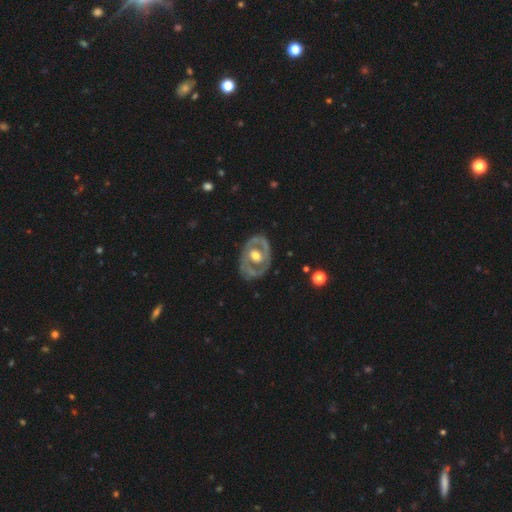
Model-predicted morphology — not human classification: Smooth or featured: featured or disk — 71% (smooth — 24%)
Edge-on disk: no — 94% (yes — 6%)
Bar: no — 71% (weak — 21%)
Spiral arms: no — 66% (yes — 34%)
Bulge size: moderate — 61% (large — 29%)
Merging: none — 74% (minor disturbance — 17%)